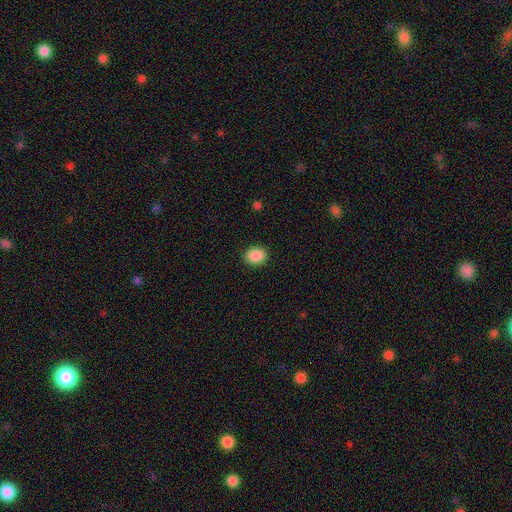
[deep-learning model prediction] Smooth or featured? smooth (89%)
How rounded? round (53%)
Merging? none (90%)